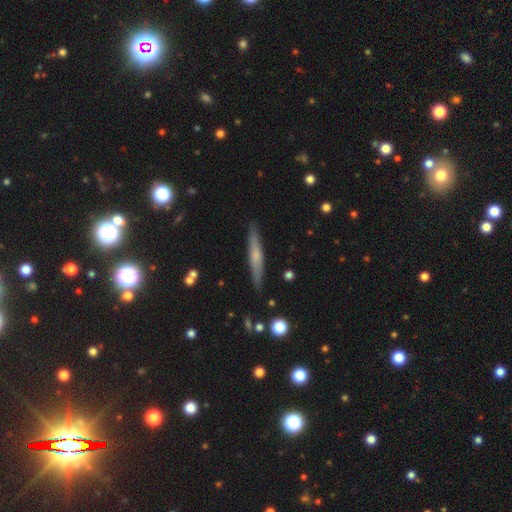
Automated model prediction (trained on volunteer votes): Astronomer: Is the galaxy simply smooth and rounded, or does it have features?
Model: featured or disk — 47% (runner-up: smooth, 46%).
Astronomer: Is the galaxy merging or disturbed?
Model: none — 88%.